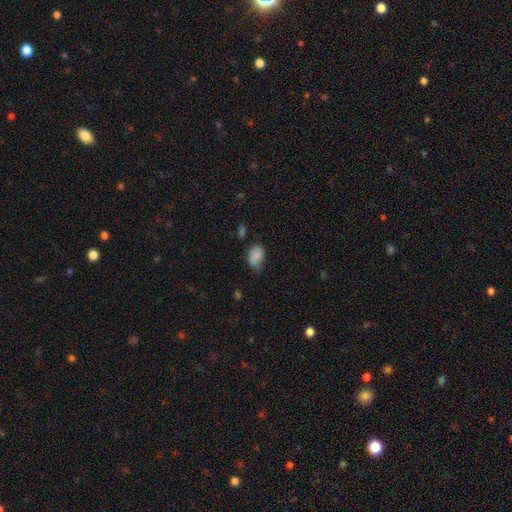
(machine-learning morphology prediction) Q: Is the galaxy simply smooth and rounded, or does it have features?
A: smooth — 81%.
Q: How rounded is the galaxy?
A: in between — 82%.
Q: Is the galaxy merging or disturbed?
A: minor disturbance — 44%.